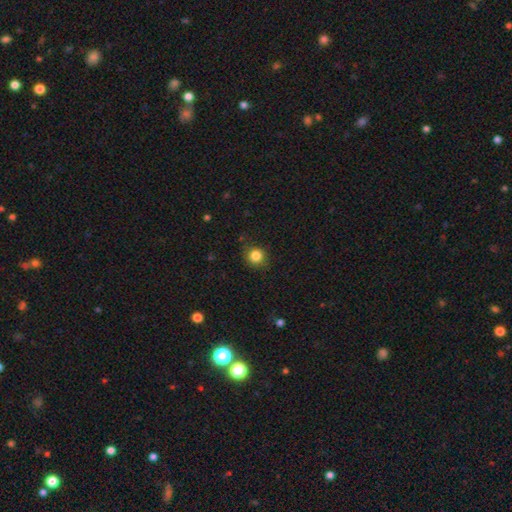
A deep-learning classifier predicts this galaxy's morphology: Smooth or featured? smooth (84%)
How rounded? round (91%)
Merging? none (85%)